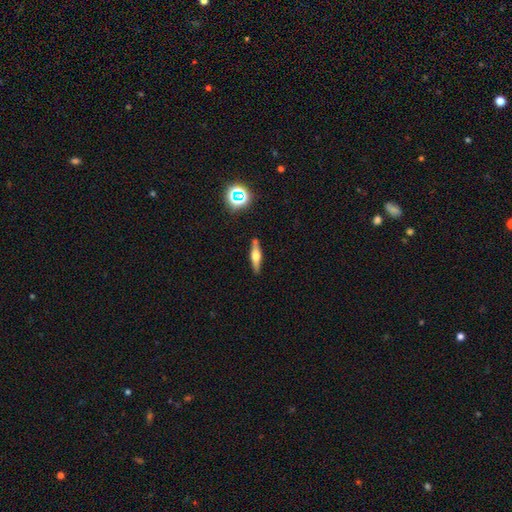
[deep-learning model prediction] smooth-or-featured: featured or disk: 57% | smooth: 34% | star or artifact: 9%
  disk-edge-on: yes: 94% | no: 6%
    edge-on-bulge: rounded: 90% | boxy: 7% | none: 2%
  merging: none: 85% | minor disturbance: 10% | merger: 3% | major disturbance: 2%